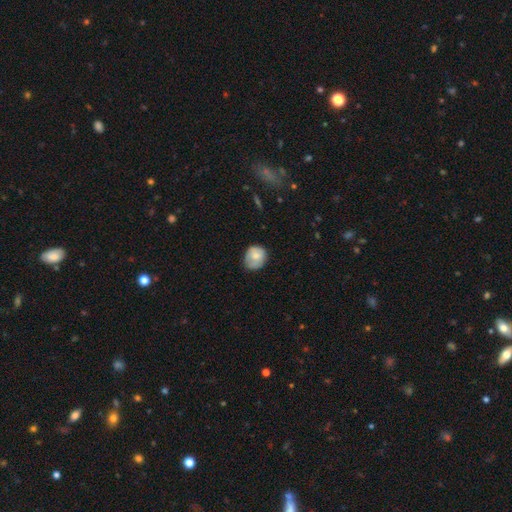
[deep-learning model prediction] A smooth galaxy with no disk features (74%) that is round (74%).

Vote fractions:
- Smooth or featured? smooth: 74% / featured or disk: 19% / star or artifact: 7%
- How rounded? round: 74% / in between: 25% / cigar-shaped: 1%
- Merging? none: 64% / minor disturbance: 29% / major disturbance: 6% / merger: 1%